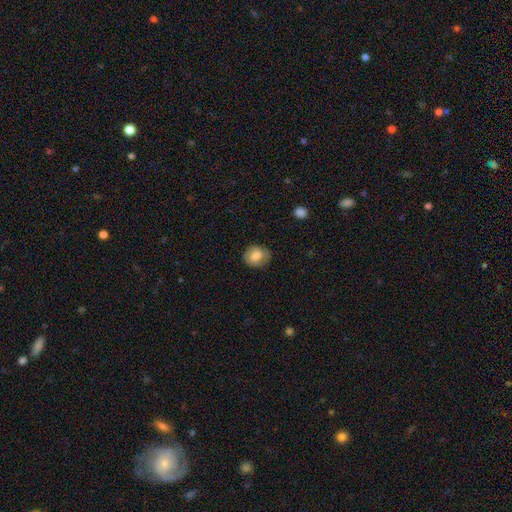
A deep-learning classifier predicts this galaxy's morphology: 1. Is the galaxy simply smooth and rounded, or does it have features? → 68% smooth, 24% featured or disk, 8% star or artifact.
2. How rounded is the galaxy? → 66% round, 33% in between, 1% cigar-shaped.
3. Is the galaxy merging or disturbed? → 73% none, 20% minor disturbance, 6% major disturbance, 1% merger.